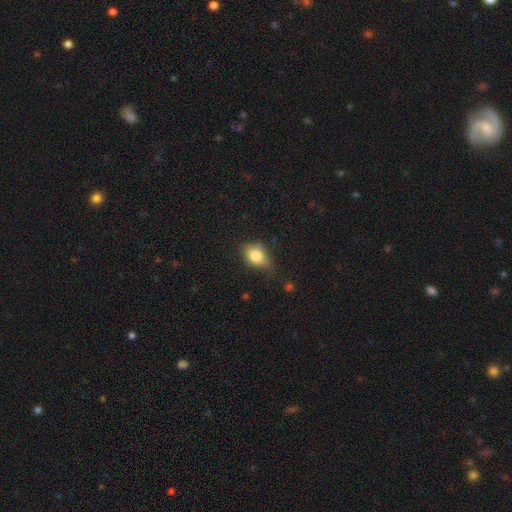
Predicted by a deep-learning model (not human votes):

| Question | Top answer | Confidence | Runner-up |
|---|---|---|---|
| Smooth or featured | smooth | 79% | featured or disk (11%) |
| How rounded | in between | 70% | round (28%) |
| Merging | none | 55% | minor disturbance (35%) |